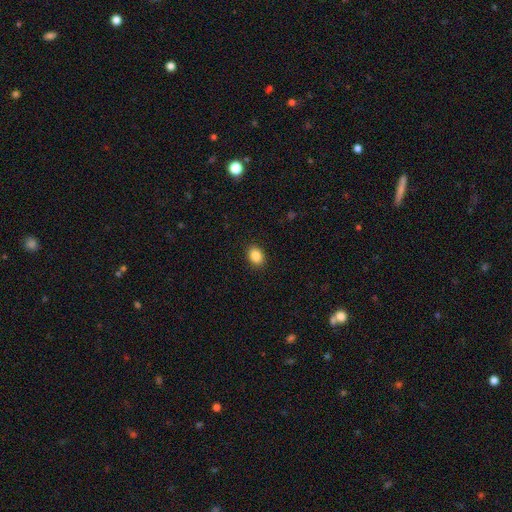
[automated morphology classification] A smooth galaxy with no disk features (87%) that is in between round and cigar-shaped (69%).

Vote fractions:
- Smooth or featured? smooth: 87% / star or artifact: 9% / featured or disk: 4%
- How rounded? in between: 69% / round: 30% / cigar-shaped: 1%
- Merging? none: 90% / minor disturbance: 7% / major disturbance: 2% / merger: 1%